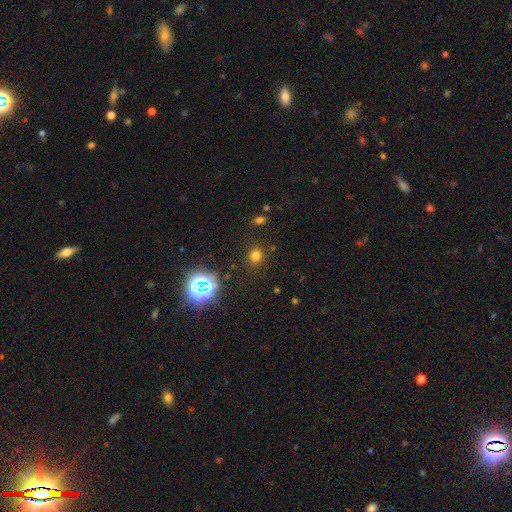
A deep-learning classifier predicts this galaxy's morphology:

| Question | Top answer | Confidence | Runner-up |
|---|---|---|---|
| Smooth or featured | smooth | 70% | star or artifact (24%) |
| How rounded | round | 83% | in between (16%) |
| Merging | none | 87% | minor disturbance (8%) |